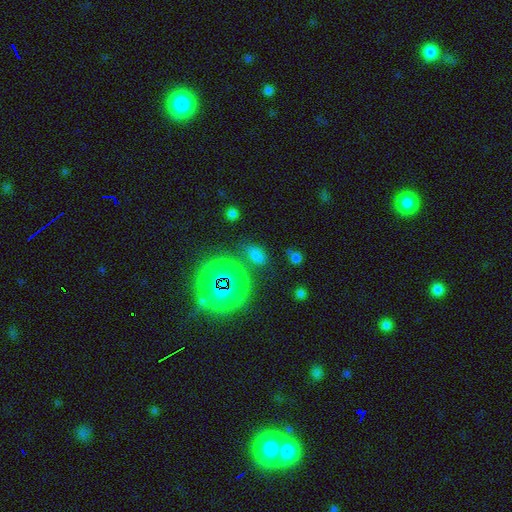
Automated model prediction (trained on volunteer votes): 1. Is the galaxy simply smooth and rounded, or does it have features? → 61% smooth, 32% star or artifact, 7% featured or disk.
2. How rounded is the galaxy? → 83% in between, 14% round, 4% cigar-shaped.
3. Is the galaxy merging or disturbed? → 73% none, 14% minor disturbance, 7% merger, 6% major disturbance.